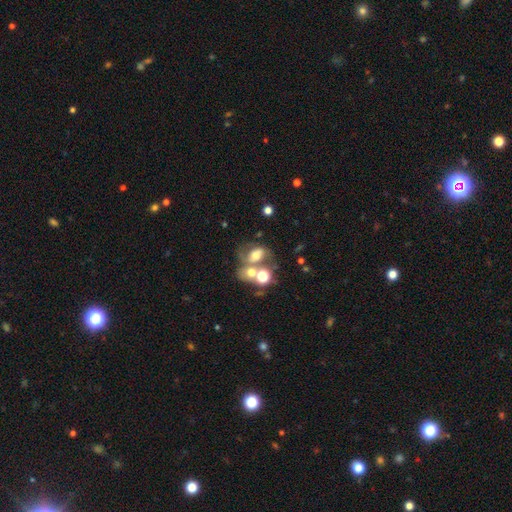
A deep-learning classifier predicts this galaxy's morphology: Smooth or featured?
  - smooth: 46% *
  - featured or disk: 38%
  - star or artifact: 16%
Merging?
  - merger: 46% *
  - none: 28%
  - major disturbance: 14%
  - minor disturbance: 12%